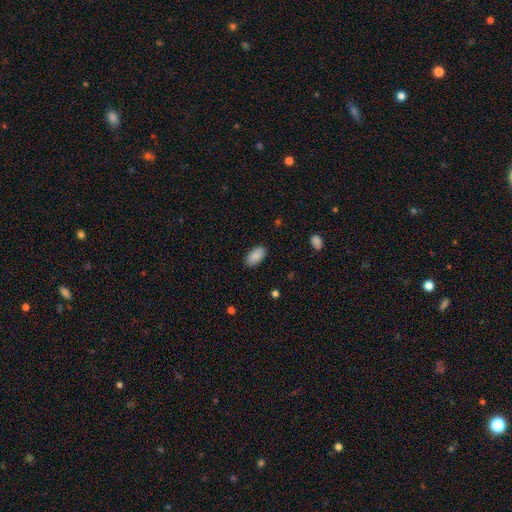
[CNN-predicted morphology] Smooth or featured? smooth (88%)
How rounded? in between (95%)
Merging? none (88%)